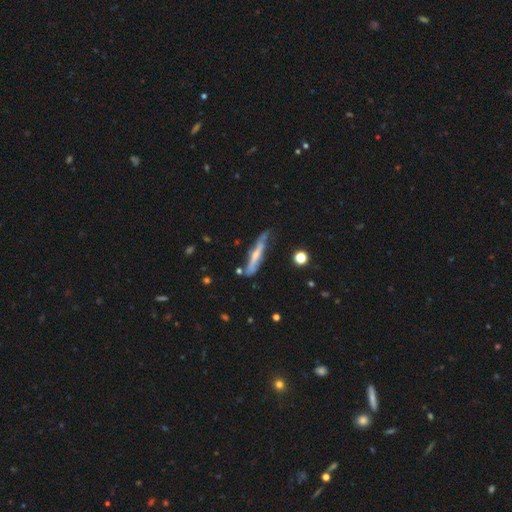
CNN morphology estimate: This is possibly a featured or disk galaxy (53%). It is likely viewed edge-on (79%). Merging: possibly none (53%).